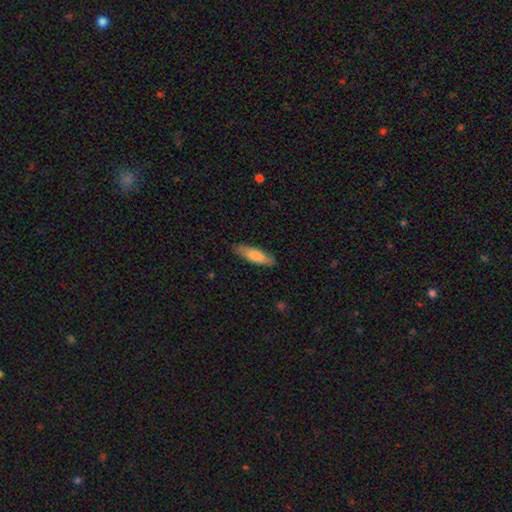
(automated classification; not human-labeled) Smooth or featured: smooth — 78% (featured or disk — 17%)
How rounded: cigar-shaped — 57% (in between — 42%)
Merging: none — 85% (minor disturbance — 12%)